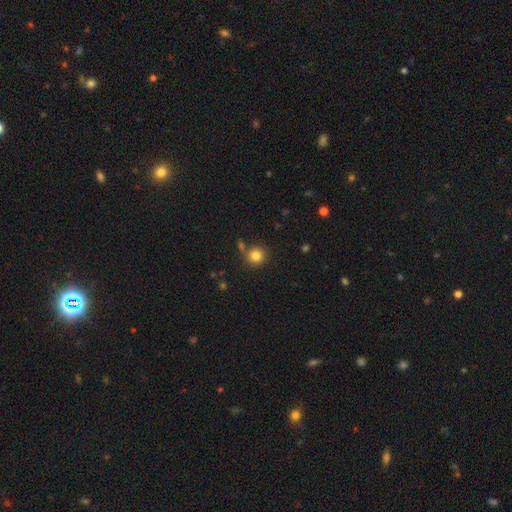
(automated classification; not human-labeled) Overall: smooth (82%). How rounded: round (92%). Merging: none (77%).